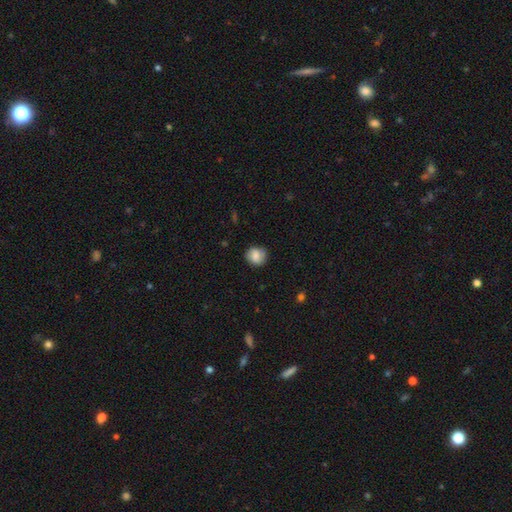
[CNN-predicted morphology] Smooth or featured? Predicted: smooth (p=0.78). How rounded? Predicted: round (p=0.81). Merging? Predicted: none (p=0.81).